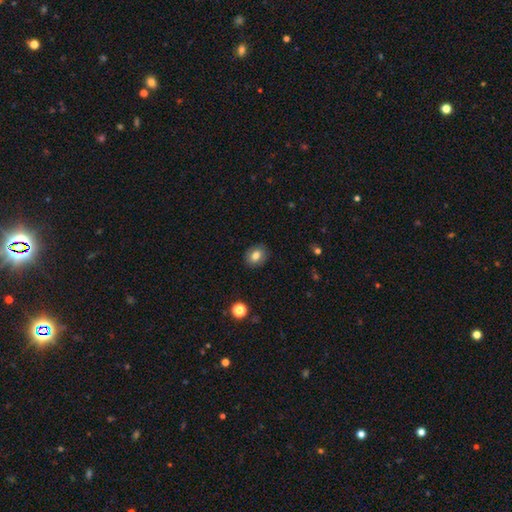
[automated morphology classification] smooth_or_featured: smooth (p=0.80) [alt: featured or disk p=0.10]
how_rounded: in between (p=0.56) [alt: round p=0.43]
merging: none (p=0.88) [alt: minor disturbance p=0.09]